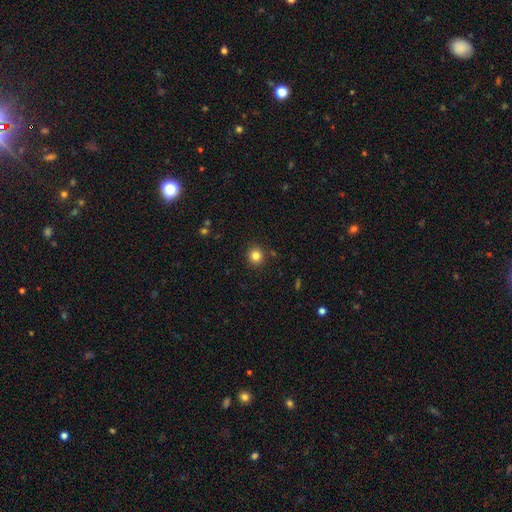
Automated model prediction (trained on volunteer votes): Smooth or featured?
  - smooth: 82% *
  - star or artifact: 12%
  - featured or disk: 6%
How rounded?
  - round: 91% *
  - in between: 8%
  - cigar-shaped: 1%
Merging?
  - none: 90% *
  - minor disturbance: 6%
  - major disturbance: 2%
  - merger: 2%